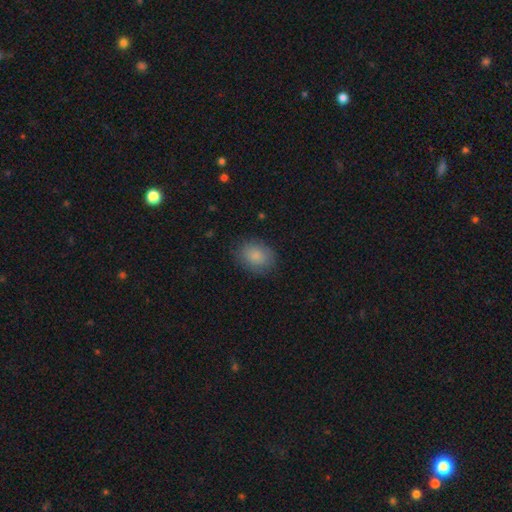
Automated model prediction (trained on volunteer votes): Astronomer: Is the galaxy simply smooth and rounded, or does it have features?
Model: smooth — 85%.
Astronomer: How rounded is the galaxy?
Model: in between — 57% (runner-up: round, 42%).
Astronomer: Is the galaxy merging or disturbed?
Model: none — 82%.